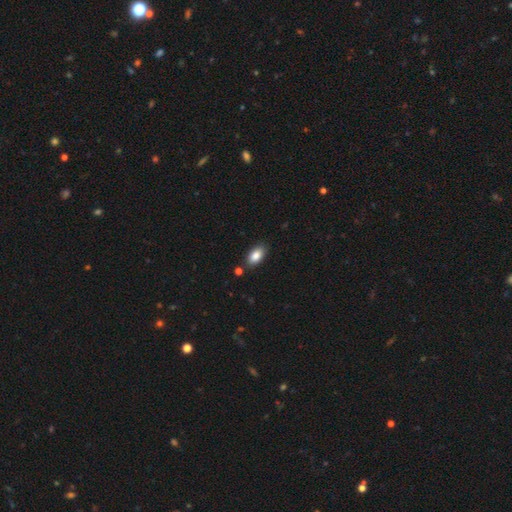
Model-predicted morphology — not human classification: Q: Smooth or featured?
A: smooth (86%); runner-up: star or artifact (7%)
Q: How rounded?
A: in between (92%); runner-up: cigar-shaped (4%)
Q: Merging?
A: none (83%); runner-up: minor disturbance (11%)